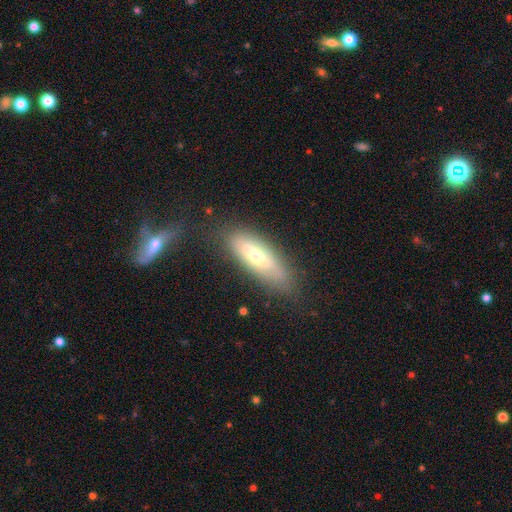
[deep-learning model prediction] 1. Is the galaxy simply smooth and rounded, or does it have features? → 47% smooth, 45% featured or disk, 8% star or artifact.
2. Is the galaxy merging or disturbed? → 72% none, 16% minor disturbance, 6% merger, 5% major disturbance.